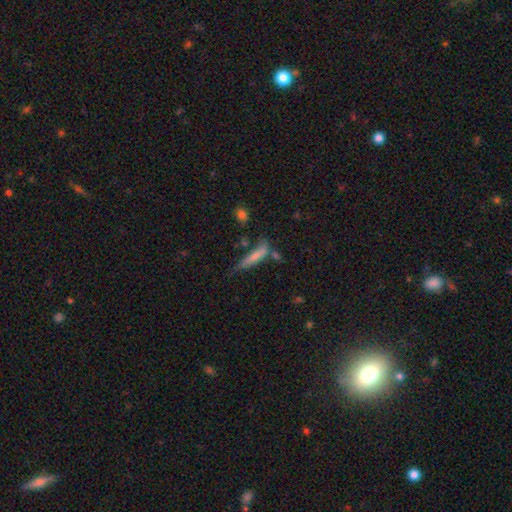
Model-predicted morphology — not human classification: The model was most divided on "merging": none: 49%, minor disturbance: 26%, merger: 14%, major disturbance: 11%. More confident: how rounded — cigar-shaped (83%); smooth or featured — smooth (69%).